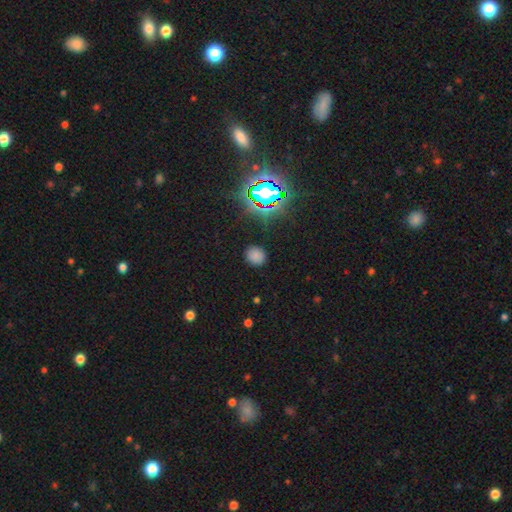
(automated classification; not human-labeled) Smooth or featured: smooth — 72% (star or artifact — 22%)
How rounded: round — 76% (in between — 23%)
Merging: none — 87% (minor disturbance — 9%)